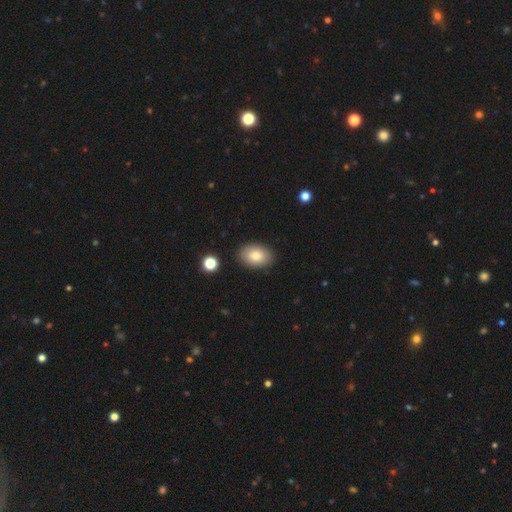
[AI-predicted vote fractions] smooth 82%, featured or disk 10%, star or artifact 8%. Down the decision tree: how rounded — in between (85%); merging — none (88%).